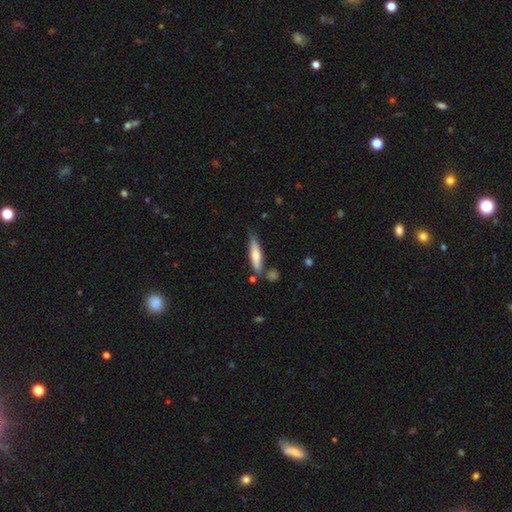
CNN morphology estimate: smooth_or_featured: smooth (p=0.65) [alt: featured or disk p=0.29]
how_rounded: cigar-shaped (p=0.77) [alt: in between p=0.22]
merging: none (p=0.69) [alt: minor disturbance p=0.17]